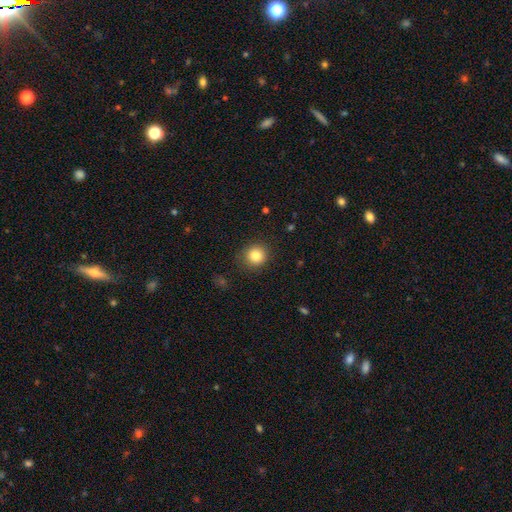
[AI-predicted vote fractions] A smooth galaxy with no disk features (84%) that is round (88%). Merging: none (87%).